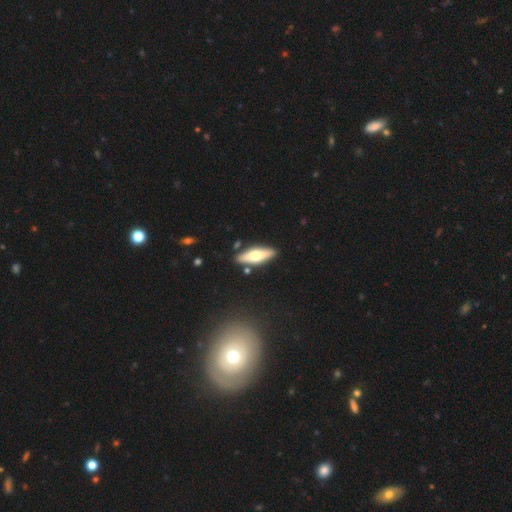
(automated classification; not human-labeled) Smooth or featured: smooth — 52% (featured or disk — 42%)
How rounded: cigar-shaped — 52% (in between — 46%)
Merging: none — 86% (minor disturbance — 9%)